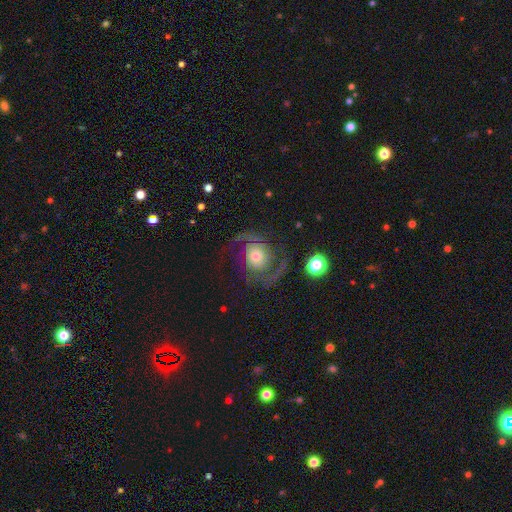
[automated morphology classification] smooth-or-featured: featured or disk: 84% | smooth: 10% | star or artifact: 6%
  disk-edge-on: no: 98% | yes: 2%
    bar: no: 72% | weak: 23% | strong: 5%
    has-spiral-arms: yes: 95% | no: 5%
      spiral-winding: medium: 51% | loose: 30% | tight: 19%
      spiral-arm-count: 2: 91% | can't tell: 3% | 1: 2% | 3: 2% | 4: 1% | more than 4: 1%
    bulge-size: moderate: 50% | small: 27% | large: 18% | dominant: 3% | none: 2%
  merging: none: 72% | minor disturbance: 13% | major disturbance: 13% | merger: 2%